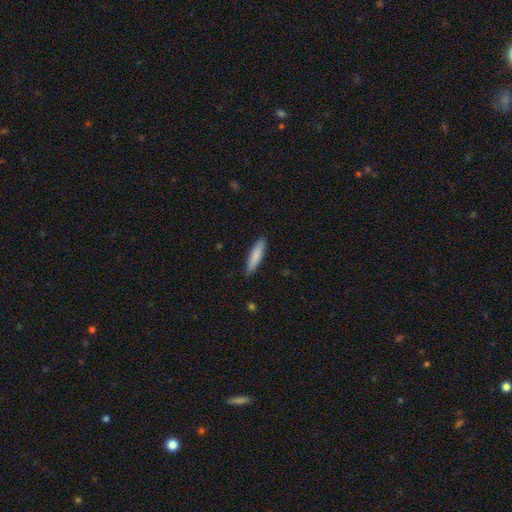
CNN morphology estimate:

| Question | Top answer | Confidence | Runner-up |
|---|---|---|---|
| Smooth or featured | smooth | 82% | featured or disk (12%) |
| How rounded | cigar-shaped | 76% | in between (23%) |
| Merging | none | 84% | minor disturbance (13%) |